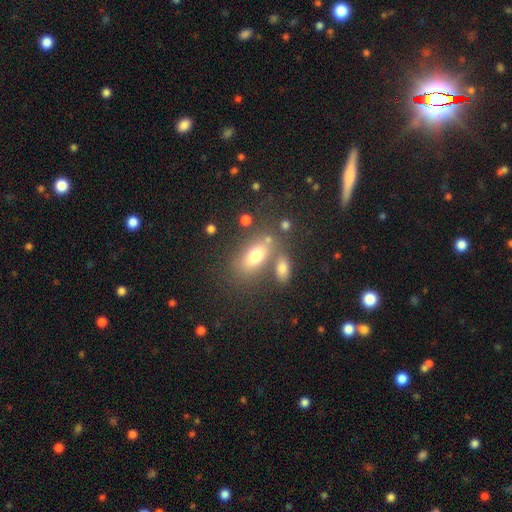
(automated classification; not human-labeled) smooth-or-featured: smooth: 72% | featured or disk: 17% | star or artifact: 11%
  how-rounded: in between: 82% | cigar-shaped: 9% | round: 8%
  merging: none: 59% | merger: 21% | minor disturbance: 13% | major disturbance: 7%